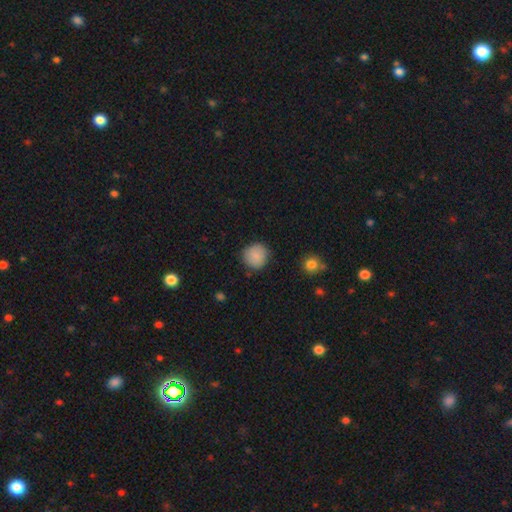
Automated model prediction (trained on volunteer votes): Morphology: type=smooth (86%); roundness=round (92%); merging=none (84%).